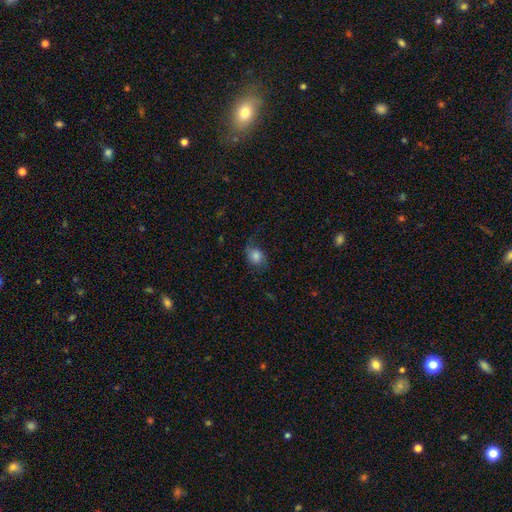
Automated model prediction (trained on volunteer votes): Smooth or featured? smooth (61%)
How rounded? in between (55%)
Merging? none (55%)